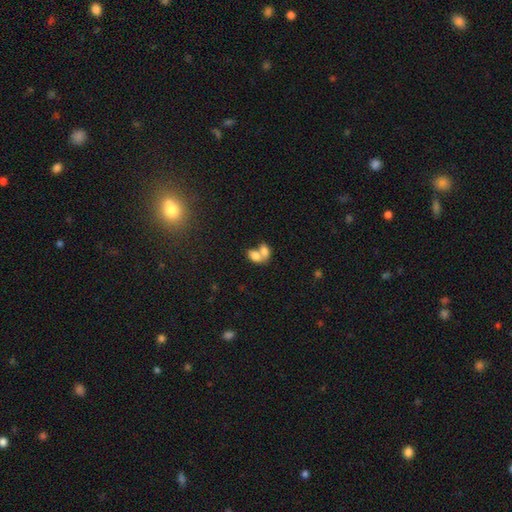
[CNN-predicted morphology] A smooth galaxy with no disk features (75%) that is in between round and cigar-shaped (84%).

Vote fractions:
- Smooth or featured? smooth: 75% / featured or disk: 16% / star or artifact: 9%
- How rounded? in between: 84% / round: 15% / cigar-shaped: 2%
- Merging? merger: 72% / none: 18% / minor disturbance: 6% / major disturbance: 4%